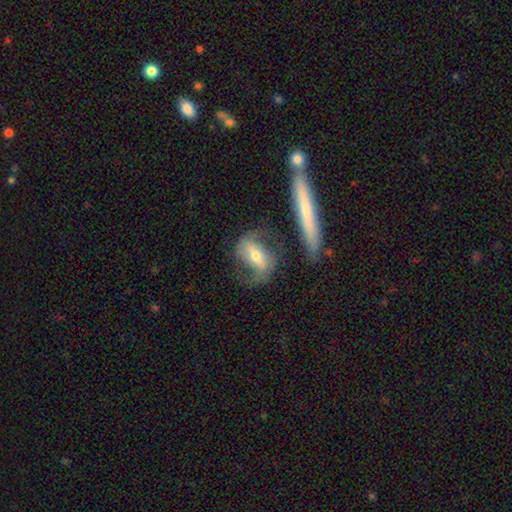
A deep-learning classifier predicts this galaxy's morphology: This is likely a featured or disk galaxy (74%). It is clearly not viewed edge-on (89%). Bar: possibly strong (50%). Spiral arm pattern: clearly yes (85%). Spiral arm count: clearly 2 (87%). Spiral winding: marginally loose (43%). Central bulge: likely moderate (62%). Merging: possibly none (58%).